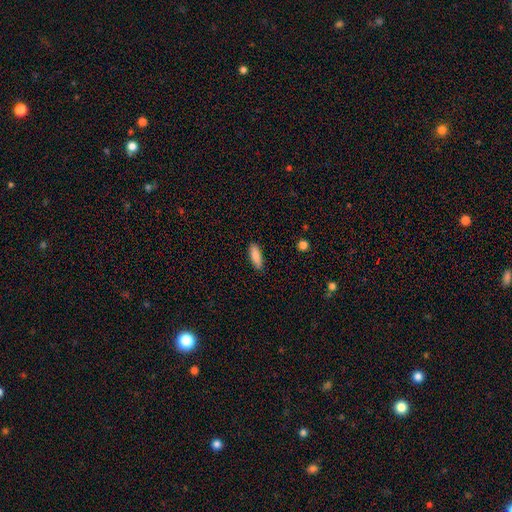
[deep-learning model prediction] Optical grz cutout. It shows a smooth galaxy with no disk features (87%) that is in between round and cigar-shaped (58%). Merging: none (87%).